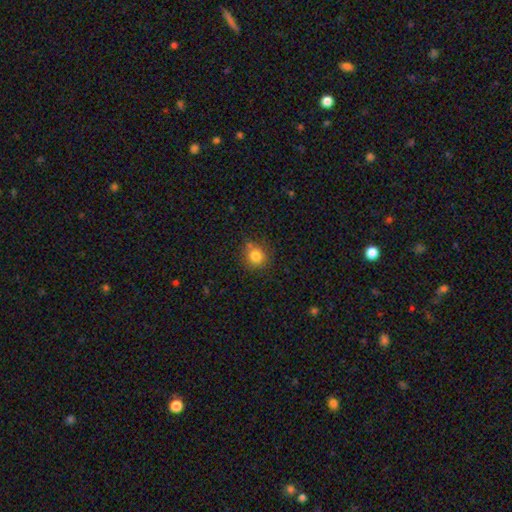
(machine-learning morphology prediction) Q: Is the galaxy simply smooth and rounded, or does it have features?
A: smooth — 81%.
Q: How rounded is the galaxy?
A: round — 86%.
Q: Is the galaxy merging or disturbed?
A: none — 76%.